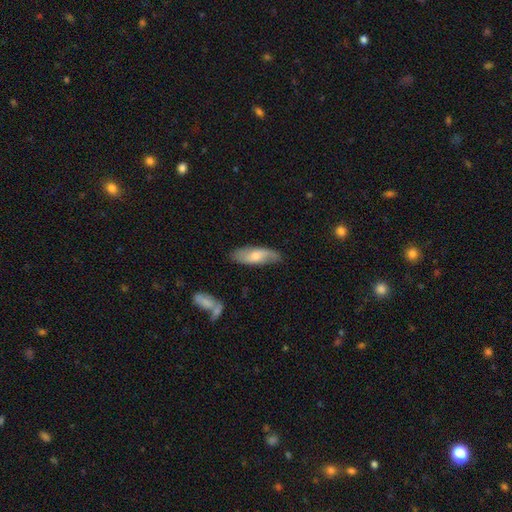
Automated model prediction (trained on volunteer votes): The model was most divided on "smooth or featured": smooth: 54%, featured or disk: 40%, star or artifact: 6%. More confident: merging — none (76%); how rounded — in between (68%).